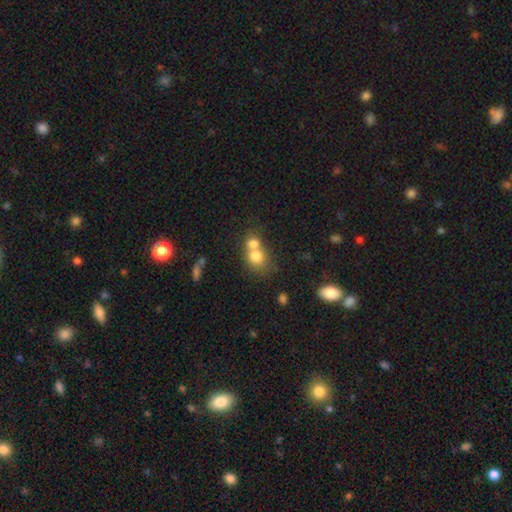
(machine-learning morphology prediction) type=smooth (74%); roundness=round (70%); merging=merger (66%).